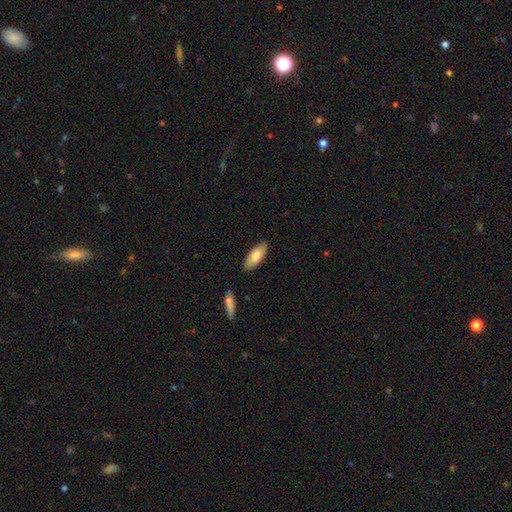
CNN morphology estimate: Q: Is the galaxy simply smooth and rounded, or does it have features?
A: smooth — 83%.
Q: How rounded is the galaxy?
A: in between — 79%.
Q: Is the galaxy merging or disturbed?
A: none — 84%.